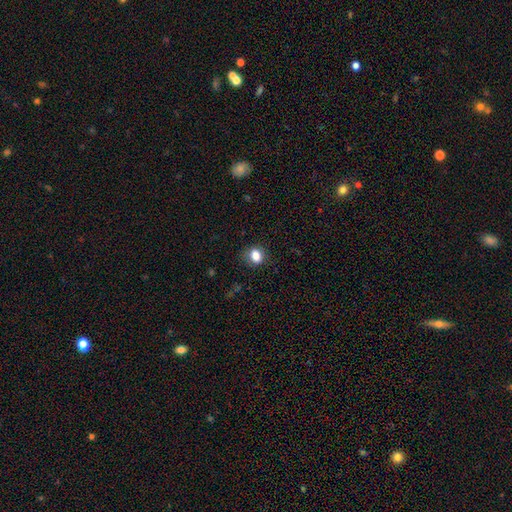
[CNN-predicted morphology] A smooth galaxy with no disk features (82%) that is in between round and cigar-shaped (55%).

Vote fractions:
- Smooth or featured? smooth: 82% / star or artifact: 11% / featured or disk: 7%
- How rounded? in between: 55% / round: 44% / cigar-shaped: 1%
- Merging? none: 75% / minor disturbance: 18% / major disturbance: 5% / merger: 1%